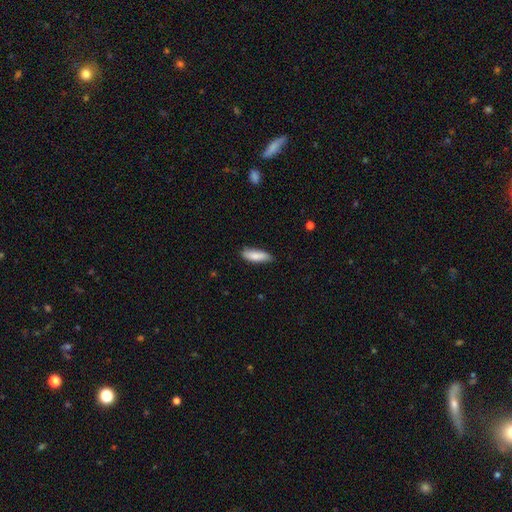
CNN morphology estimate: Smooth or featured: smooth — 84% (featured or disk — 10%)
How rounded: in between — 56% (cigar-shaped — 42%)
Merging: none — 77% (minor disturbance — 19%)